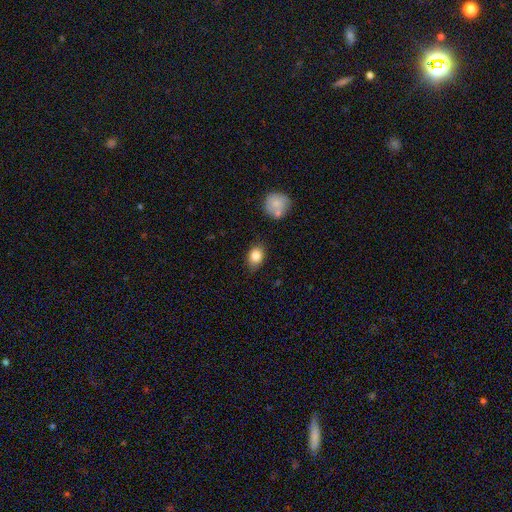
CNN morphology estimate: smooth_or_featured: smooth (p=0.84) [alt: star or artifact p=0.08]
how_rounded: in between (p=0.73) [alt: round p=0.26]
merging: none (p=0.78) [alt: minor disturbance p=0.16]